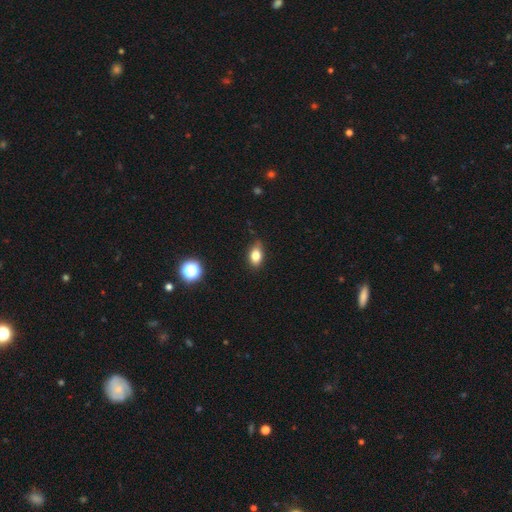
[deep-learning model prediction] Smooth or featured: smooth — 79% (star or artifact — 11%)
How rounded: in between — 82% (round — 14%)
Merging: none — 78% (minor disturbance — 18%)